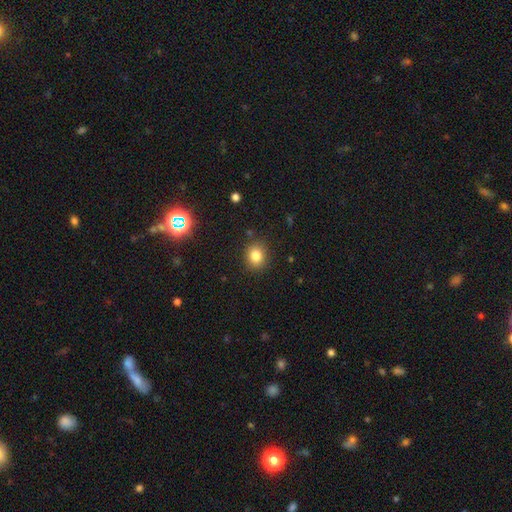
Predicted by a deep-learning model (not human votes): Smooth or featured? Predicted: smooth (p=0.82). How rounded? Predicted: round (p=0.69). Merging? Predicted: none (p=0.87).